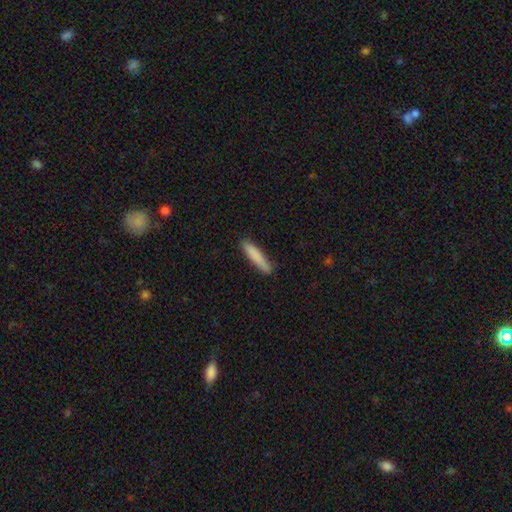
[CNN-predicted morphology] A smooth galaxy with no disk features (84%) that is cigar-shaped (90%). Merging: none (86%).